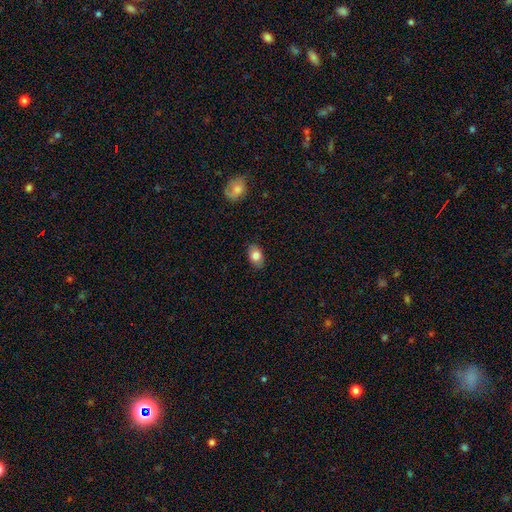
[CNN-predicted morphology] This appears to be a smooth galaxy with no disk features (82%) that is in between round and cigar-shaped (85%). Merging: none (85%).